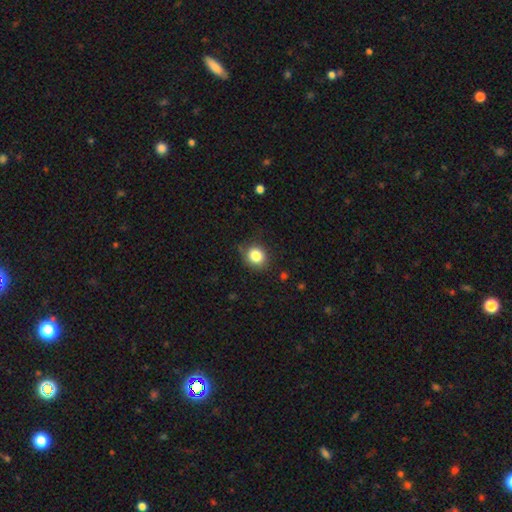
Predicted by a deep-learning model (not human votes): smooth 84%, star or artifact 10%, featured or disk 6%. Down the decision tree: how rounded — round (78%); merging — none (79%).